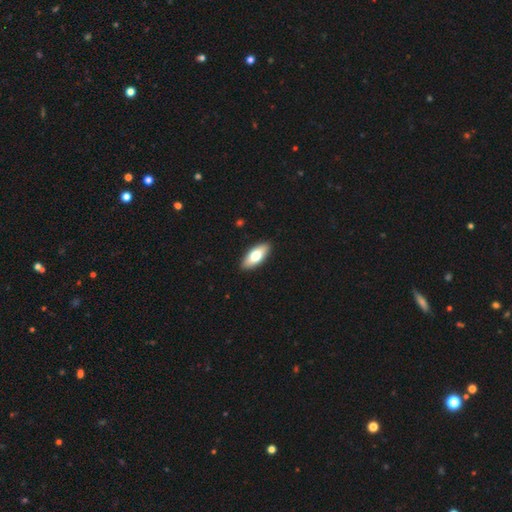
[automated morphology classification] type=smooth (69%); roundness=in between (81%); merging=none (91%).